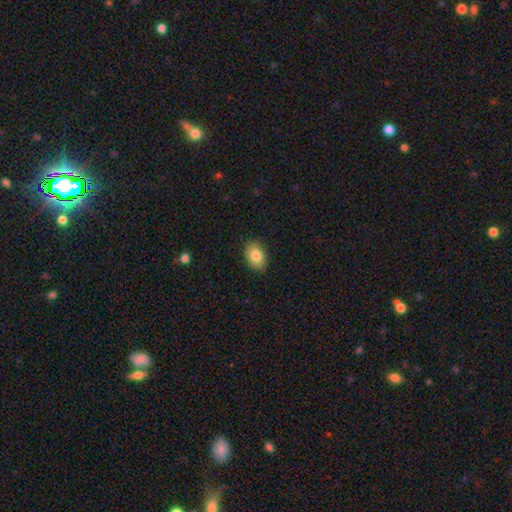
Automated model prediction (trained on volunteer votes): The model was most divided on "how rounded": in between: 83%, round: 16%, cigar-shaped: 1%. More confident: merging — none (87%); smooth or featured — smooth (83%).